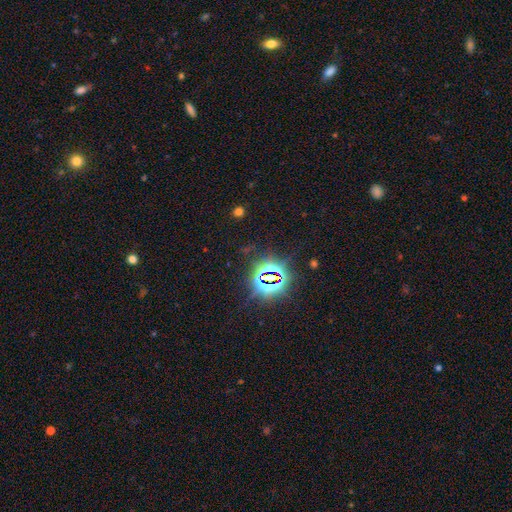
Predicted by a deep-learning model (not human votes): smooth_or_featured: star or artifact (p=0.82) [alt: smooth p=0.11]